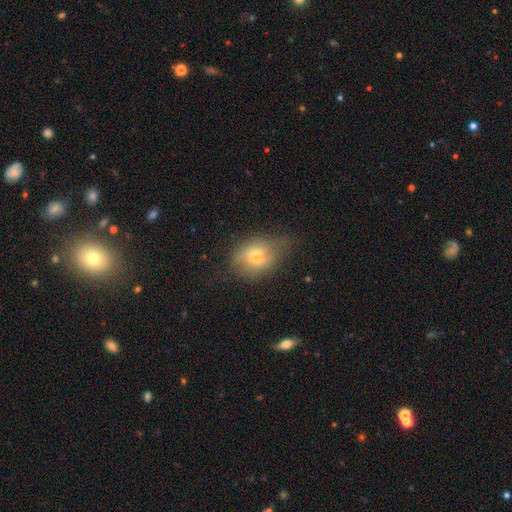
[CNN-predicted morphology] Smooth or featured: smooth — 55% (featured or disk — 35%)
How rounded: in between — 60% (round — 38%)
Merging: none — 54% (minor disturbance — 32%)